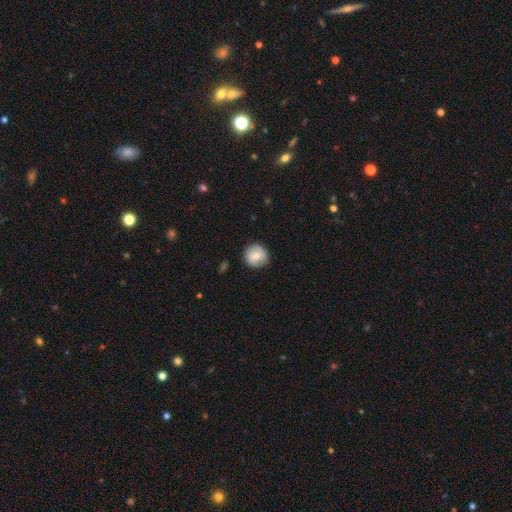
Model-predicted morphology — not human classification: The model was most divided on "smooth or featured": smooth: 74%, featured or disk: 18%, star or artifact: 8%. More confident: how rounded — round (94%); merging — none (86%).